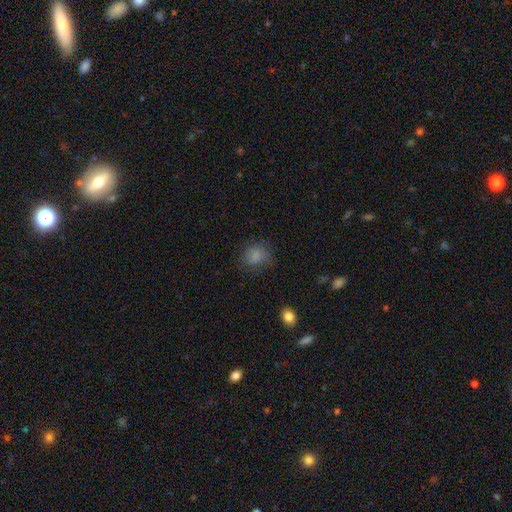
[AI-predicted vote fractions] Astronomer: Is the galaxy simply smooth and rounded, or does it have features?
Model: smooth — 81%.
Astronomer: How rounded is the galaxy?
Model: round — 61% (runner-up: in between, 38%).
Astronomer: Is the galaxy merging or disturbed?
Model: none — 66%.